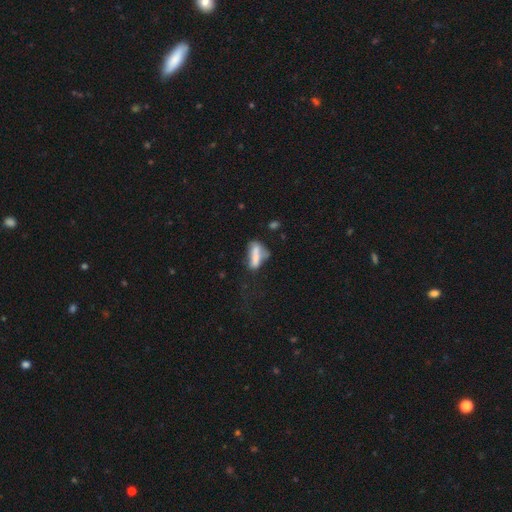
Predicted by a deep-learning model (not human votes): Overall: smooth (65%; featured or disk 25%). How rounded: in between (57%; cigar-shaped 39%). Merging: none (31%; merger 24%).